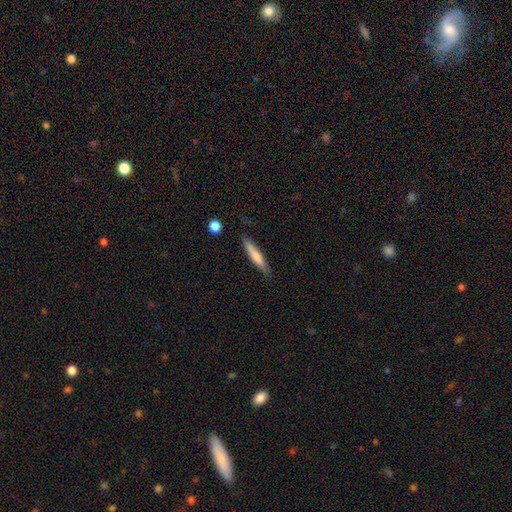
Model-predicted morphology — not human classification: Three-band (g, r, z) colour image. It shows a smooth galaxy with no disk features (70%) that is cigar-shaped (91%). Merging: none (83%).